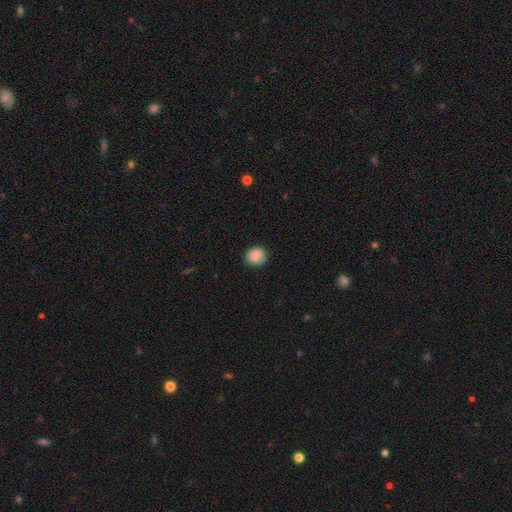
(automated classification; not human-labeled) Morphology: type=smooth (87%); roundness=round (85%); merging=none (84%).